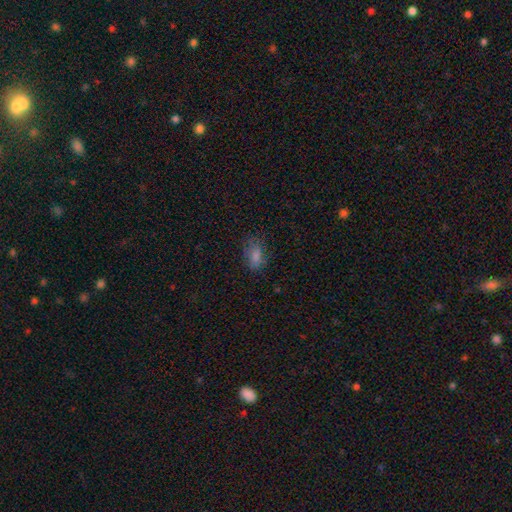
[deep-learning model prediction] This is likely a smooth galaxy (70%). How rounded: clearly in between (82%). Merging: likely none (73%).